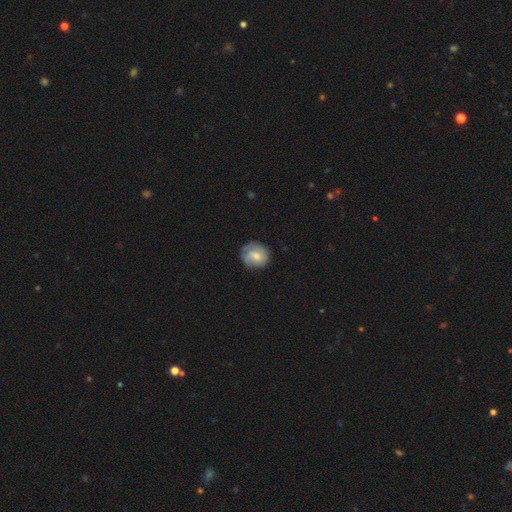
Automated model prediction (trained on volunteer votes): This is possibly a featured or disk galaxy (48%). Merging: likely none (69%).